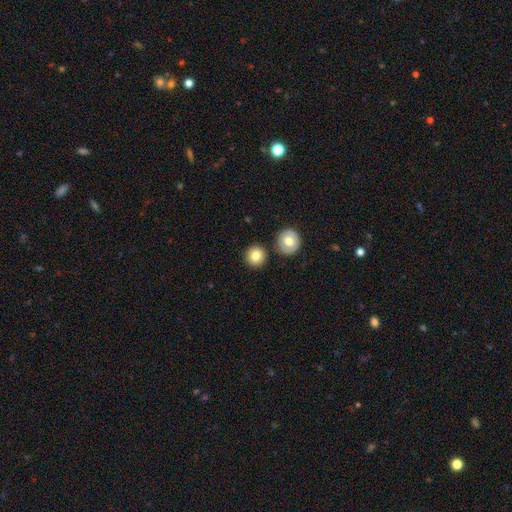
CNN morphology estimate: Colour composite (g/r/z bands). It shows a smooth galaxy with no disk features (81%) that is round (92%). Merging: none (83%).